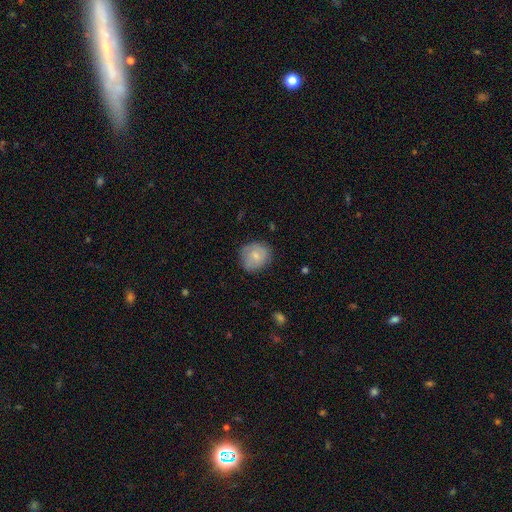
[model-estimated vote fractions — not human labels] The model was most divided on "smooth or featured": smooth: 70%, featured or disk: 23%, star or artifact: 7%. More confident: how rounded — round (80%); merging — none (75%).